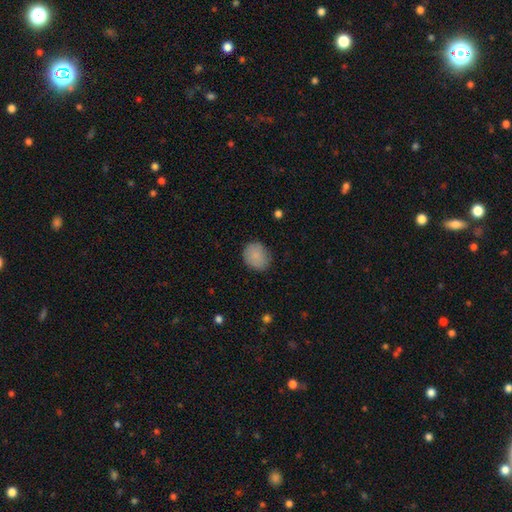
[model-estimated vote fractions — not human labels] A smooth galaxy with no disk features (85%) that is round (63%).

Vote fractions:
- Smooth or featured? smooth: 85% / star or artifact: 7% / featured or disk: 7%
- How rounded? round: 63% / in between: 36% / cigar-shaped: 1%
- Merging? none: 79% / minor disturbance: 16% / major disturbance: 3% / merger: 1%